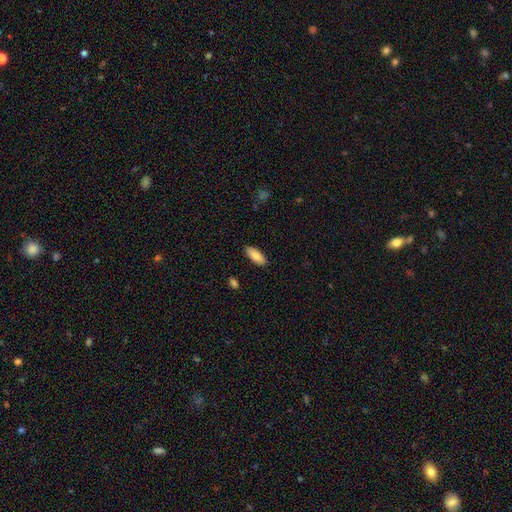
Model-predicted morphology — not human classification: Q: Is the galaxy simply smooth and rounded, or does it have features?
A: smooth — 84%.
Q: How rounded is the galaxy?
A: in between — 78%.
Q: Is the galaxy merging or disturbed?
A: none — 88%.